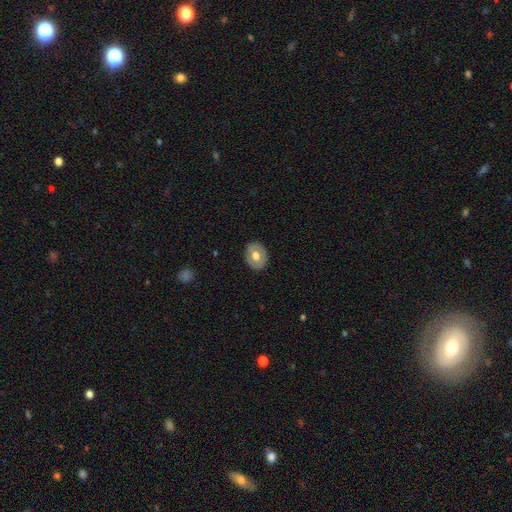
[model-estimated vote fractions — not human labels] Overall: smooth (58%; featured or disk 36%). How rounded: in between (51%; round 48%). Merging: none (87%).